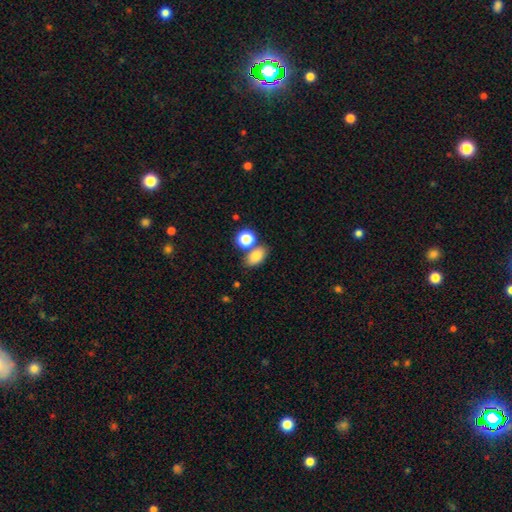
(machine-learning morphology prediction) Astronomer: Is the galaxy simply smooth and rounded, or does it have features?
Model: smooth — 82%.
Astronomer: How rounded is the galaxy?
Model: in between — 81%.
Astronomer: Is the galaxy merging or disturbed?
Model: none — 63%.